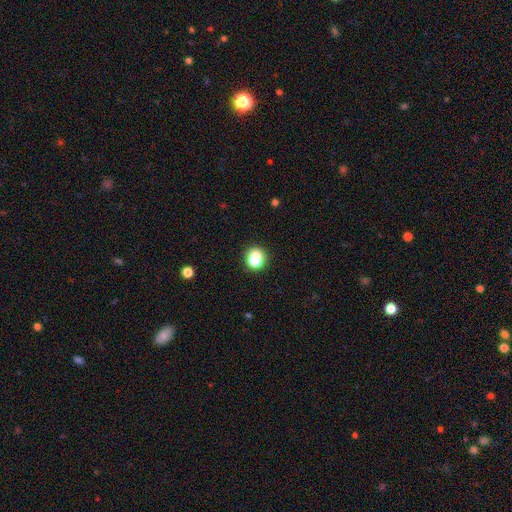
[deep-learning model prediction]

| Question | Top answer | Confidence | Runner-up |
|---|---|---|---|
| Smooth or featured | smooth | 74% | featured or disk (14%) |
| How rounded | round | 77% | in between (22%) |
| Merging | none | 54% | merger (26%) |